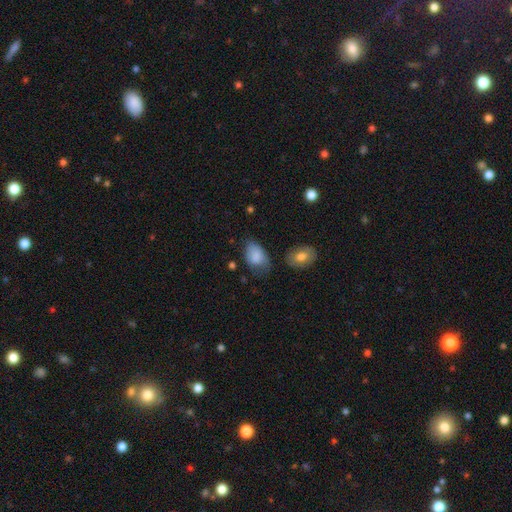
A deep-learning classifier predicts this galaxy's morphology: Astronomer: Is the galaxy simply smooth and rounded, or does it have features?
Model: smooth — 82%.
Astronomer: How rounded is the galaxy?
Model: in between — 87%.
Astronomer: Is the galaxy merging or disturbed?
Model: none — 46% (runner-up: minor disturbance, 37%).